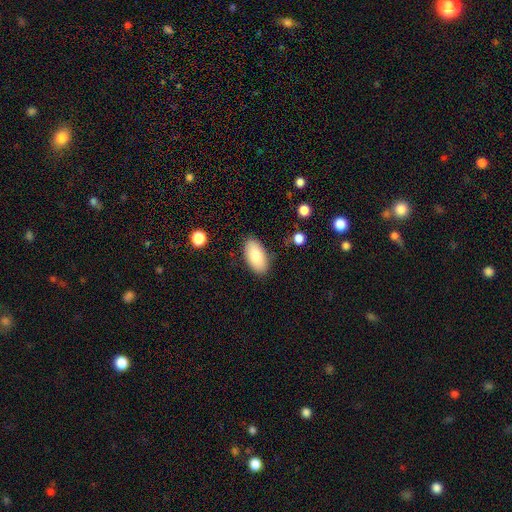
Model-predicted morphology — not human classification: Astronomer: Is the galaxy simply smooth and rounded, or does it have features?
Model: smooth — 82%.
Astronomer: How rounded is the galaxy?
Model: in between — 94%.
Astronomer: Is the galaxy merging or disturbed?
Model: none — 85%.